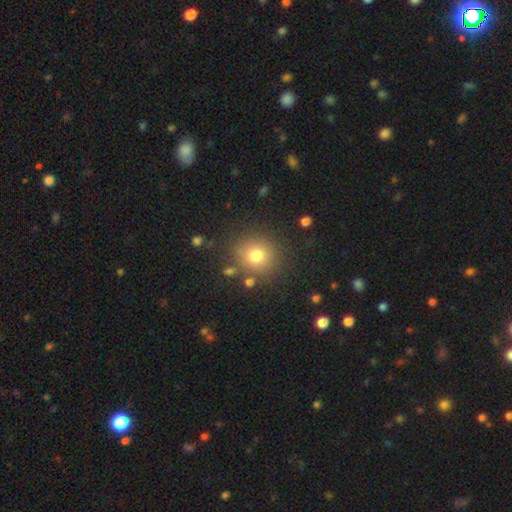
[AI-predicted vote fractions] A smooth galaxy with no disk features (77%) that is round (88%).

Vote fractions:
- Smooth or featured? smooth: 77% / star or artifact: 14% / featured or disk: 9%
- How rounded? round: 88% / in between: 11% / cigar-shaped: 1%
- Merging? none: 83% / minor disturbance: 9% / merger: 4% / major disturbance: 4%